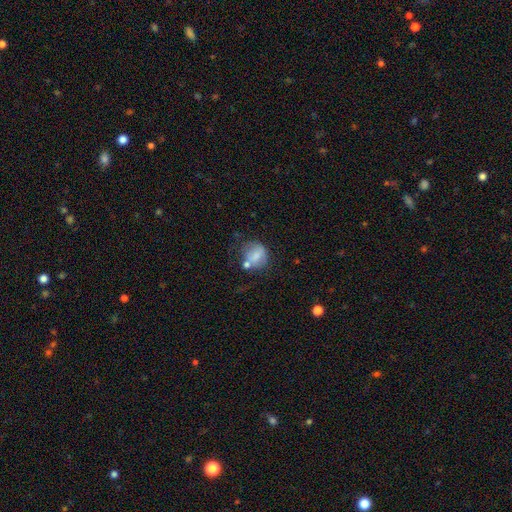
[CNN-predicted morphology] Q: Smooth or featured?
A: smooth (70%); runner-up: featured or disk (20%)
Q: How rounded?
A: round (68%); runner-up: in between (31%)
Q: Merging?
A: none (41%); runner-up: minor disturbance (24%)